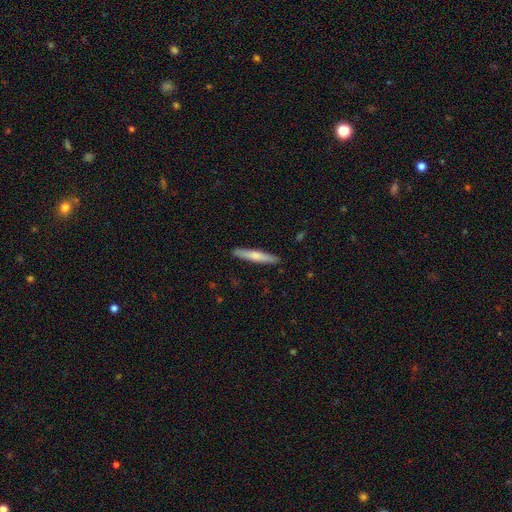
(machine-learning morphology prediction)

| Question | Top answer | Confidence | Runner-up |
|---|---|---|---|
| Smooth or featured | smooth | 64% | featured or disk (31%) |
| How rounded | cigar-shaped | 94% | in between (5%) |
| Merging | none | 91% | minor disturbance (6%) |